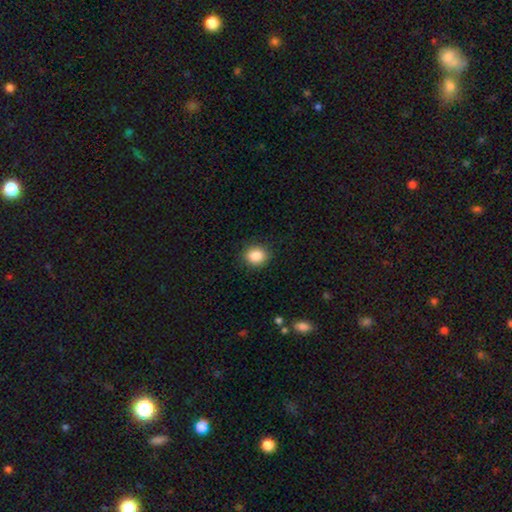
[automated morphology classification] Smooth or featured? Predicted: smooth (p=0.88). How rounded? Predicted: round (p=0.71). Merging? Predicted: none (p=0.89).